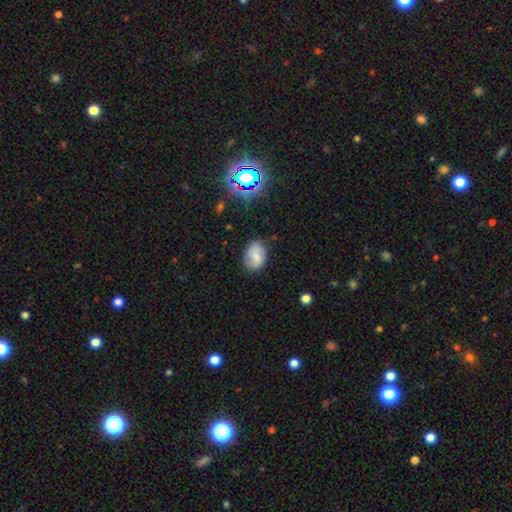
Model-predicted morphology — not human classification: Overall: smooth (70%). How rounded: in between (77%). Merging: none (74%).